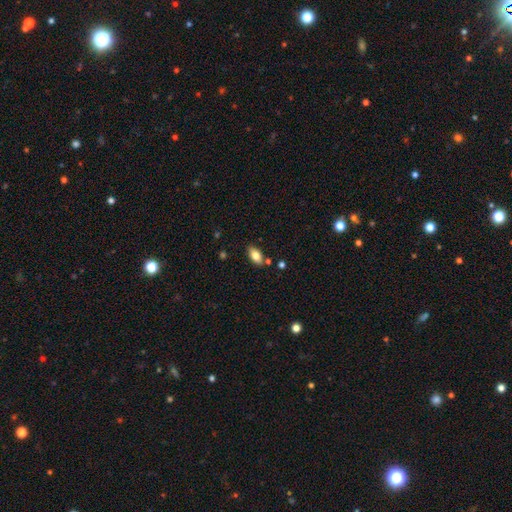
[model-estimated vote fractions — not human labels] Morphology: type=smooth (78%); roundness=in between (90%); merging=none (80%).